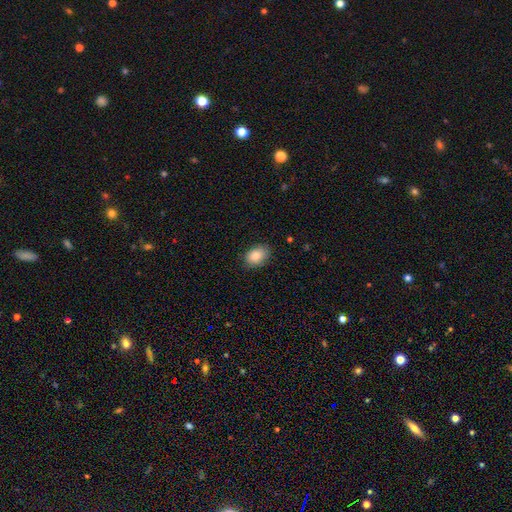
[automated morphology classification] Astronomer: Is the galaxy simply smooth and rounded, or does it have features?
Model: smooth — 86%.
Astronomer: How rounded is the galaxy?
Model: in between — 80%.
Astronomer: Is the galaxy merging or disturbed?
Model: none — 82%.